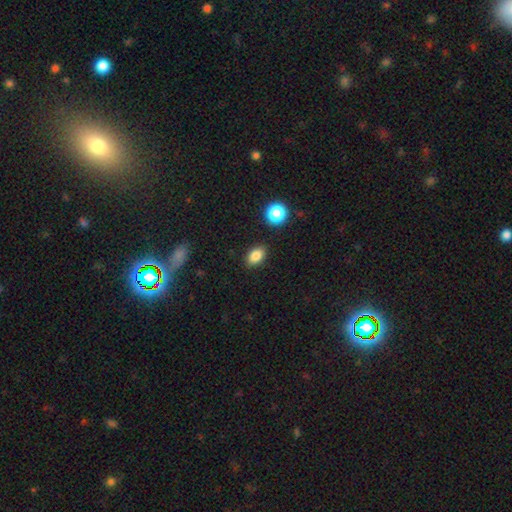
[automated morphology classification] Smooth or featured? Predicted: smooth (p=0.85). How rounded? Predicted: in between (p=0.85). Merging? Predicted: none (p=0.87).